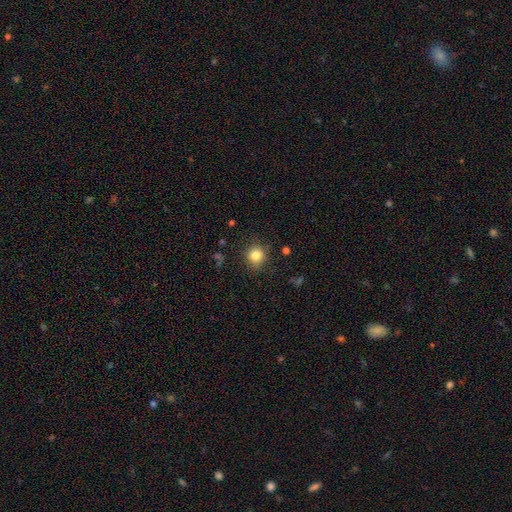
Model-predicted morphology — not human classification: type=smooth (82%); roundness=round (81%); merging=none (83%).